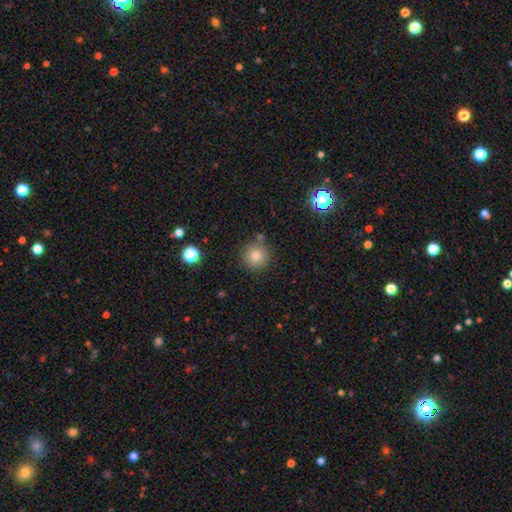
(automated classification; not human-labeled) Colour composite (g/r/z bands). It shows a smooth galaxy with no disk features (80%) that is round (94%). Merging: none (81%).